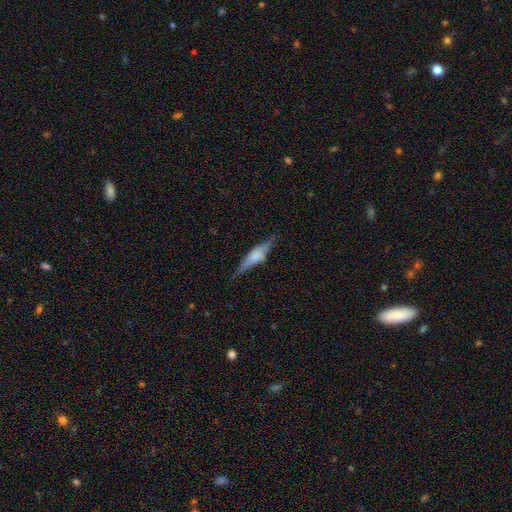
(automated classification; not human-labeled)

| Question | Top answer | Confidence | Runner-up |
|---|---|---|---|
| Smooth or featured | smooth | 48% | featured or disk (45%) |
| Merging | none | 80% | minor disturbance (16%) |